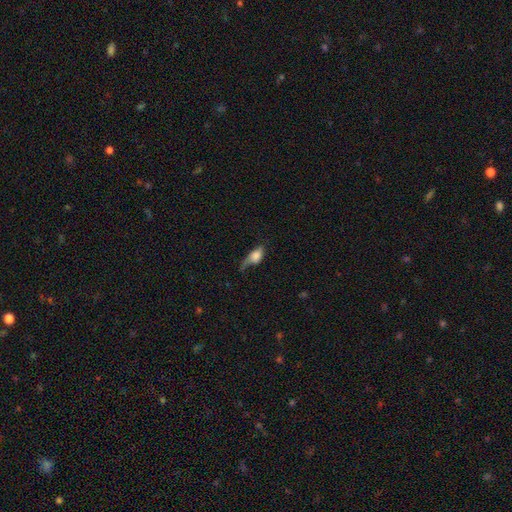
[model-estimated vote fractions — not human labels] Morphology: type=smooth (63%); roundness=in between (79%); merging=major disturbance (38%).